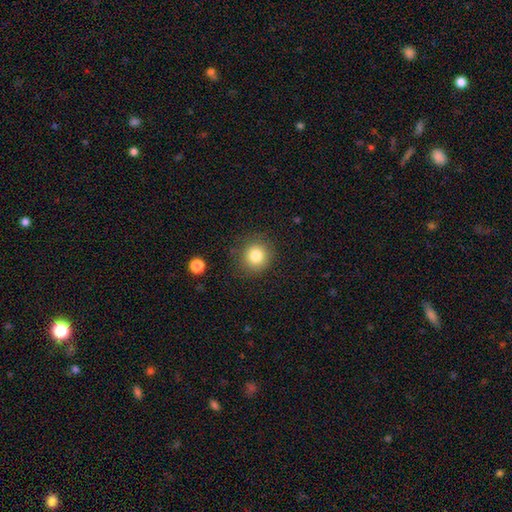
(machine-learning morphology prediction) This is clearly a smooth galaxy (82%). How rounded: clearly round (90%). Merging: clearly none (84%).